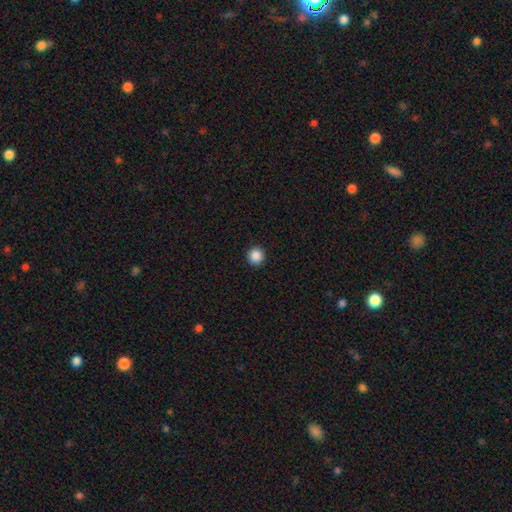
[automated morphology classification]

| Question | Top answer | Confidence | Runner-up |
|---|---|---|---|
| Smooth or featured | smooth | 88% | star or artifact (10%) |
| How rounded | round | 95% | in between (4%) |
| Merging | none | 93% | minor disturbance (4%) |